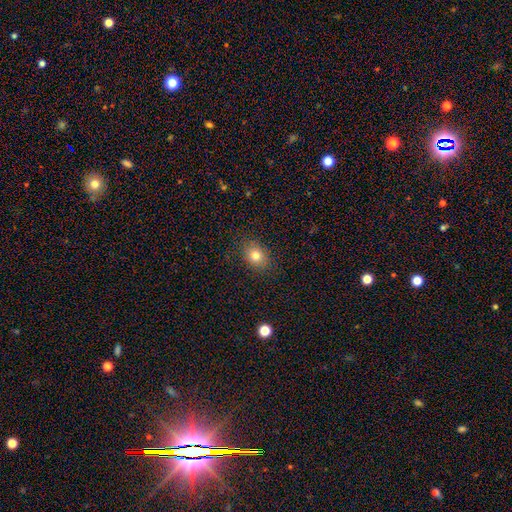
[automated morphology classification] Smooth or featured? smooth (79%)
How rounded? in between (50%)
Merging? none (87%)